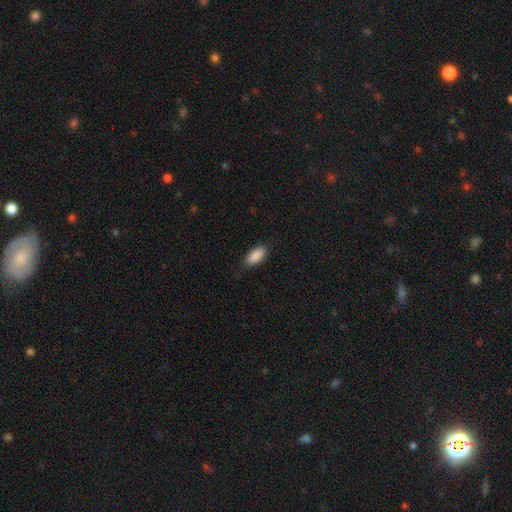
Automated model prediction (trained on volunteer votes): This appears to be a smooth galaxy with no disk features (90%) that is in between round and cigar-shaped (89%). Merging: none (88%).